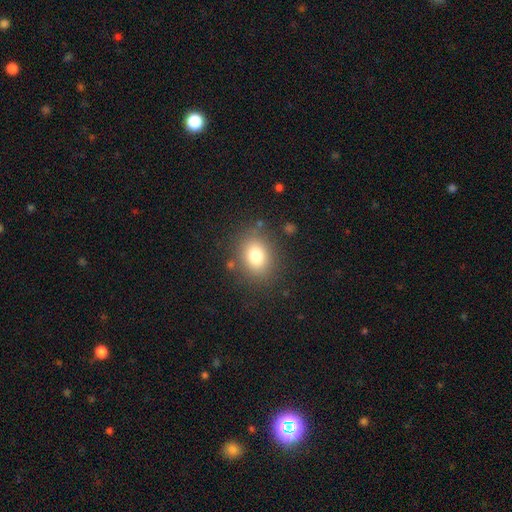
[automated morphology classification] This is likely a smooth galaxy (79%). How rounded: possibly round (50%). Merging: clearly none (82%).